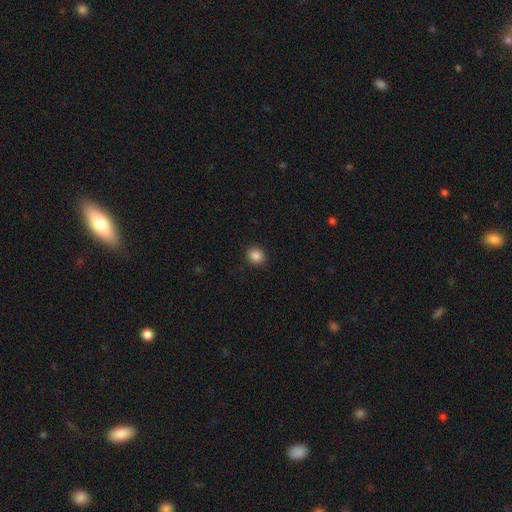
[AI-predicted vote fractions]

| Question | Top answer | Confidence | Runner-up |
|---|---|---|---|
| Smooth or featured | smooth | 86% | star or artifact (10%) |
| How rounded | round | 83% | in between (16%) |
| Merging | none | 90% | minor disturbance (7%) |